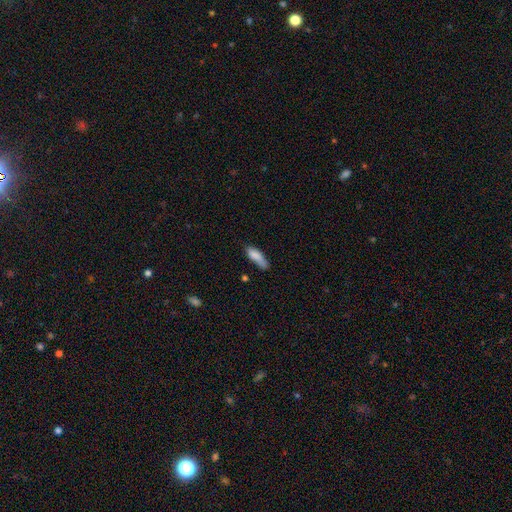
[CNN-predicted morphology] This is clearly a smooth galaxy (82%). How rounded: possibly in between (55%). Merging: possibly none (50%).